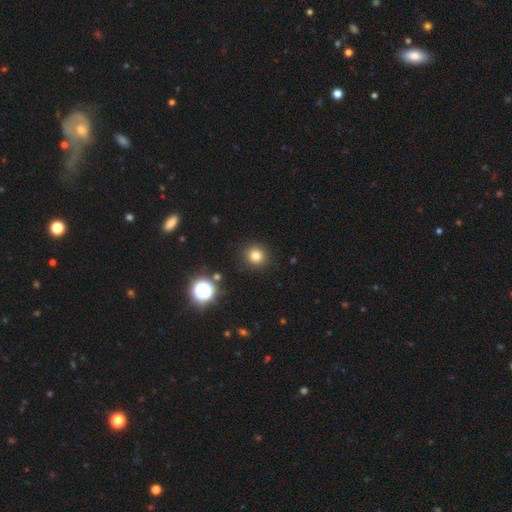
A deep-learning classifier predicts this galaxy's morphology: This is likely a smooth galaxy (79%). How rounded: clearly round (91%). Merging: clearly none (90%).